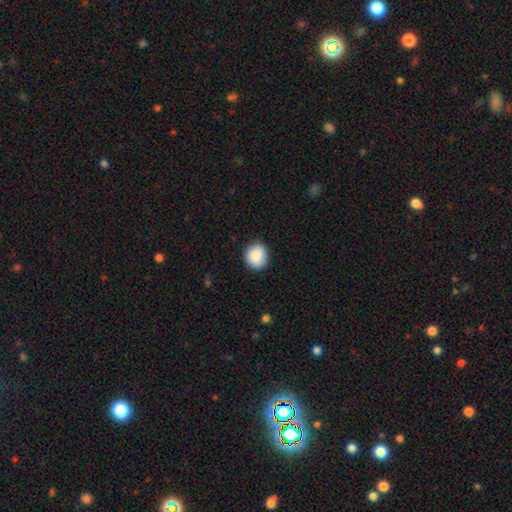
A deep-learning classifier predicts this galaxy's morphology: smooth 85%, featured or disk 8%, star or artifact 7%. Down the decision tree: how rounded — round (78%); merging — none (83%).